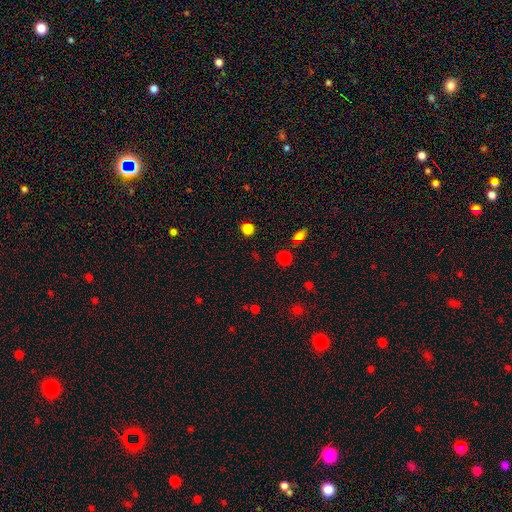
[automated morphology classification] The model was most divided on "smooth or featured": smooth: 73%, star or artifact: 23%, featured or disk: 4%. More confident: how rounded — round (87%); merging — none (86%).